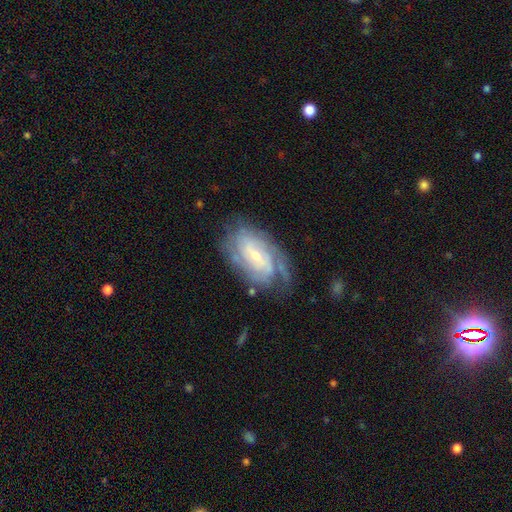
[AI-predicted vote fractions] Smooth or featured?
  - featured or disk: 84% *
  - smooth: 11%
  - star or artifact: 6%
Edge-on disk?
  - no: 96% *
  - yes: 4%
Bar?
  - no: 47% *
  - weak: 41%
  - strong: 12%
Spiral arms?
  - yes: 94% *
  - no: 6%
Spiral winding?
  - tight: 64% *
  - medium: 28%
  - loose: 8%
Spiral arm count?
  - can't tell: 40% *
  - 2: 25%
  - 3: 15%
  - 4: 10%
  - 1: 5%
  - more than 4: 5%
Bulge size?
  - small: 65% *
  - moderate: 30%
  - none: 2%
  - large: 2%
  - dominant: 1%
Merging?
  - none: 65% *
  - minor disturbance: 22%
  - major disturbance: 11%
  - merger: 2%